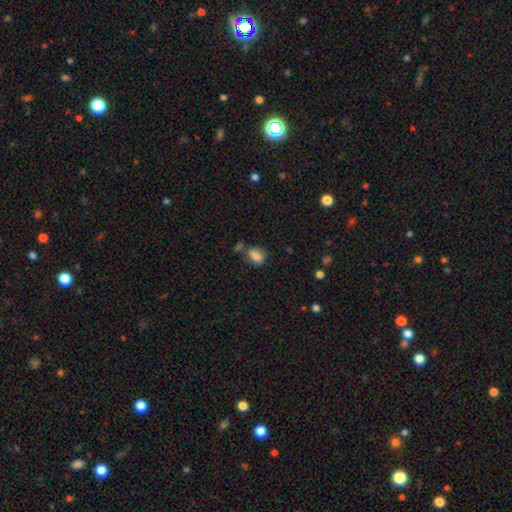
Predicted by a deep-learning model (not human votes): This appears to be a smooth galaxy with no disk features (79%) that is in between round and cigar-shaped (71%). Merging: none (59%).